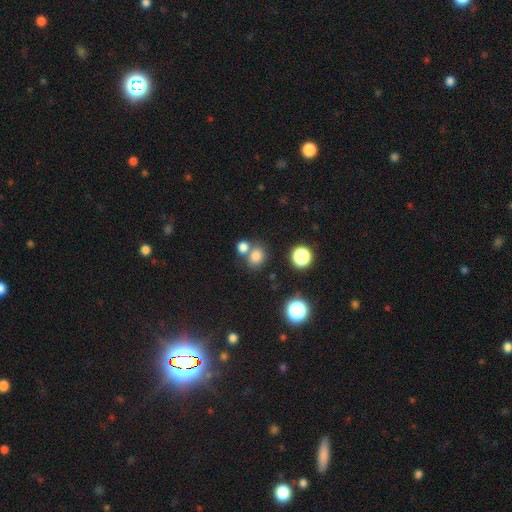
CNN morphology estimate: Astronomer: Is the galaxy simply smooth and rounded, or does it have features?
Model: smooth — 79%.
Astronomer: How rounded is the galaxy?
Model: round — 63%.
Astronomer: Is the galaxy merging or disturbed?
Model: none — 56% (runner-up: merger, 31%).